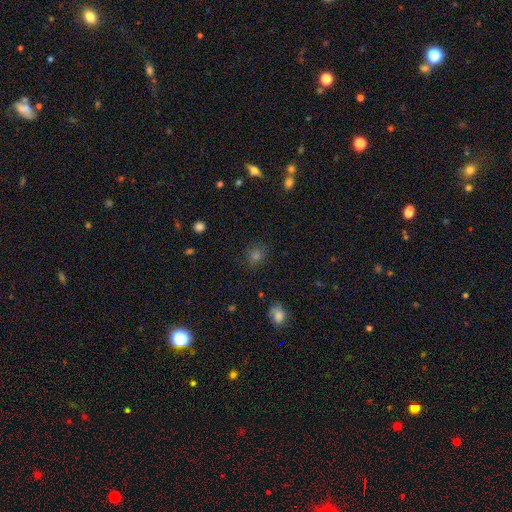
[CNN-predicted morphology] A smooth galaxy with no disk features (63%) that is round (80%).

Vote fractions:
- Smooth or featured? smooth: 63% / star or artifact: 30% / featured or disk: 7%
- How rounded? round: 80% / in between: 18% / cigar-shaped: 1%
- Merging? none: 85% / minor disturbance: 10% / major disturbance: 3% / merger: 2%